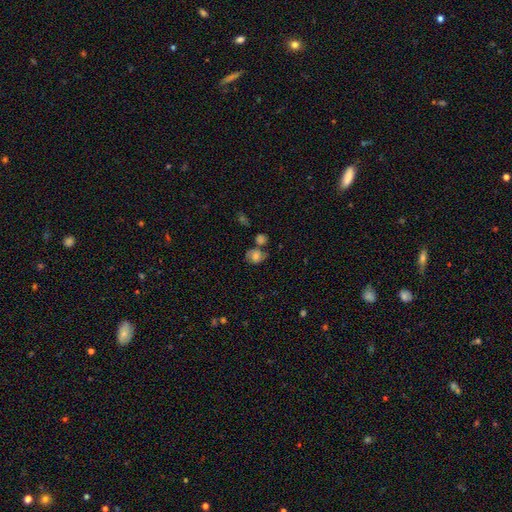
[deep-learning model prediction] This appears to be a smooth galaxy with no disk features (47%). Merging: none (51%).